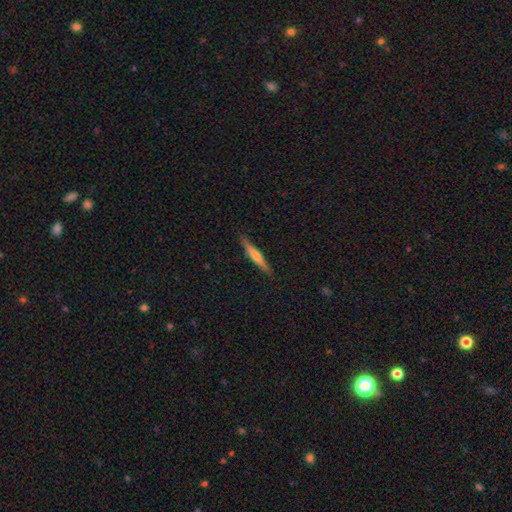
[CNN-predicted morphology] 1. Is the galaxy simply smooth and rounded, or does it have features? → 48% featured or disk, 46% smooth, 6% star or artifact.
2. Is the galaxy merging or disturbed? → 89% none, 8% minor disturbance, 2% major disturbance, 1% merger.